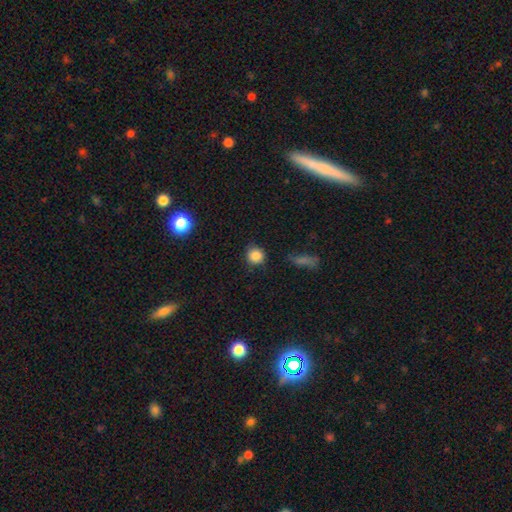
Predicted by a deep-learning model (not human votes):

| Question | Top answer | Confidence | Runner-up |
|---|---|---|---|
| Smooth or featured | smooth | 84% | star or artifact (10%) |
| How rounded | round | 90% | in between (9%) |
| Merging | none | 84% | minor disturbance (11%) |